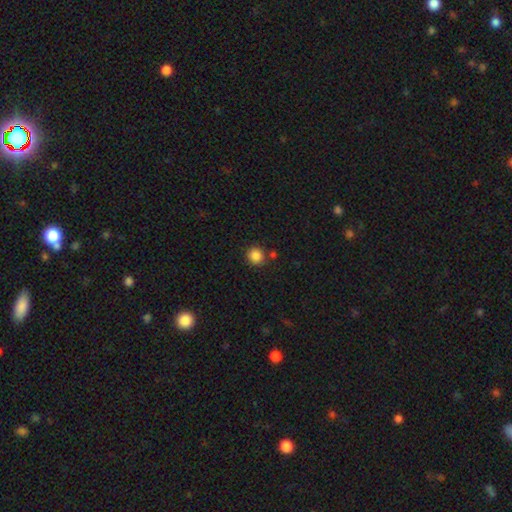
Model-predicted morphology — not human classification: A smooth galaxy with no disk features (86%) that is round (89%). Merging: none (81%).